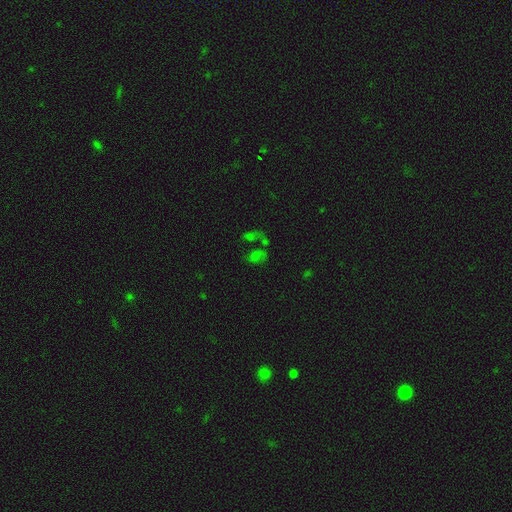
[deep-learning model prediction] smooth 41%, star or artifact 33%, featured or disk 26%. Down the decision tree: merging — merger (42%).